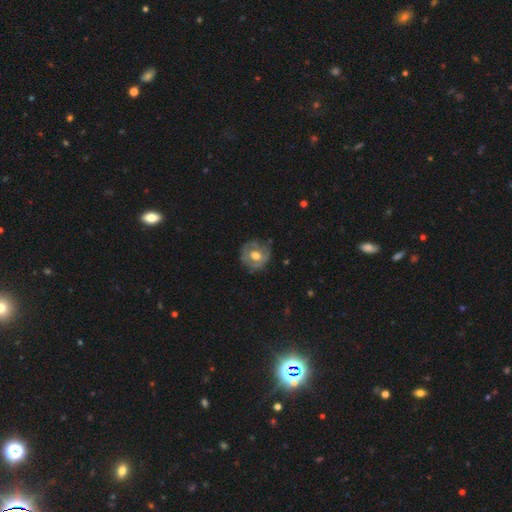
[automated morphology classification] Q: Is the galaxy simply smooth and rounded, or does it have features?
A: featured or disk — 50%.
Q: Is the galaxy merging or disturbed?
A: none — 67%.